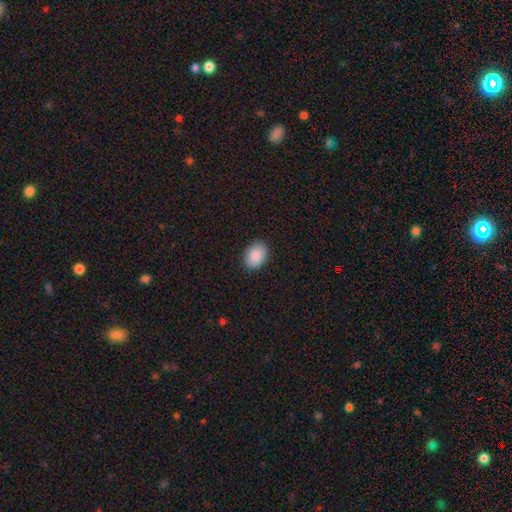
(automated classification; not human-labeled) Q: Smooth or featured?
A: smooth (90%); runner-up: star or artifact (6%)
Q: How rounded?
A: in between (81%); runner-up: round (18%)
Q: Merging?
A: none (89%); runner-up: minor disturbance (8%)